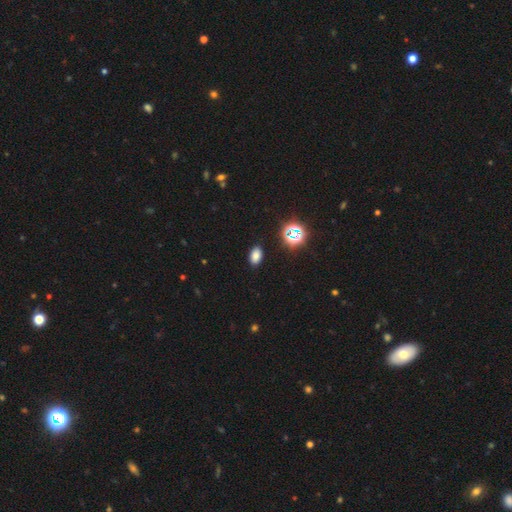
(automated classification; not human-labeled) Smooth or featured? Predicted: smooth (p=0.76). How rounded? Predicted: in between (p=0.88). Merging? Predicted: none (p=0.89).